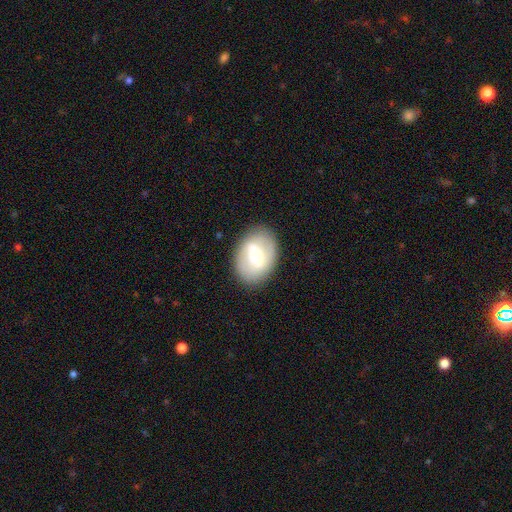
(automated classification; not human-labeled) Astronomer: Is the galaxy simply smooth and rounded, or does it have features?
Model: featured or disk — 52% (runner-up: smooth, 41%).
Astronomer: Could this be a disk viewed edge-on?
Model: no — 93%.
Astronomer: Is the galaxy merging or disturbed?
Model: none — 84%.